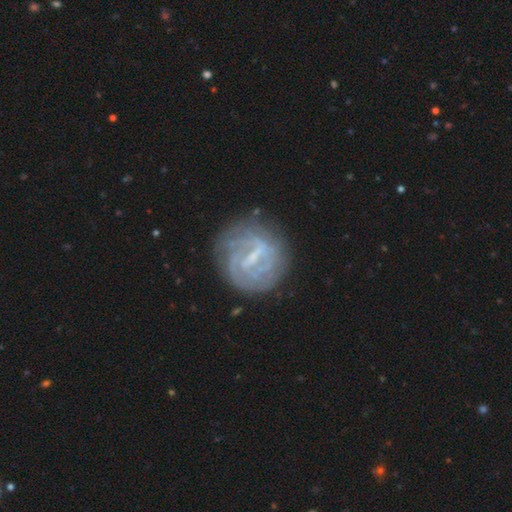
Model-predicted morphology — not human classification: Smooth or featured? featured or disk (74%)
Edge-on disk? no (95%)
Bar? strong (57%)
Spiral arms? yes (72%)
Spiral winding? tight (61%)
Spiral arm count? can't tell (45%)
Bulge size? small (49%)
Merging? none (79%)